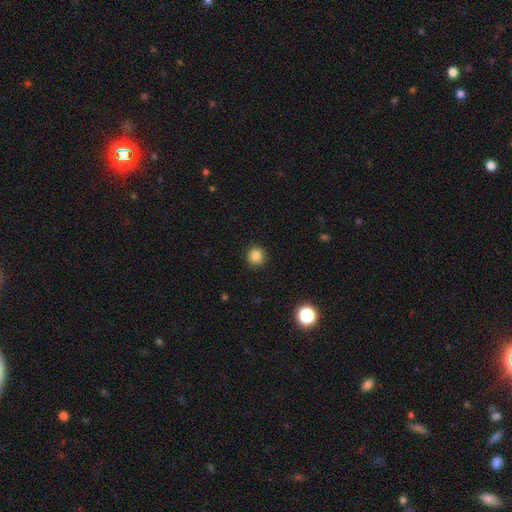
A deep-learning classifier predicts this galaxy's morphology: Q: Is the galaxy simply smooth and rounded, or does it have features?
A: smooth — 85%.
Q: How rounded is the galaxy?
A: round — 94%.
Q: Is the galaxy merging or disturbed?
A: none — 92%.